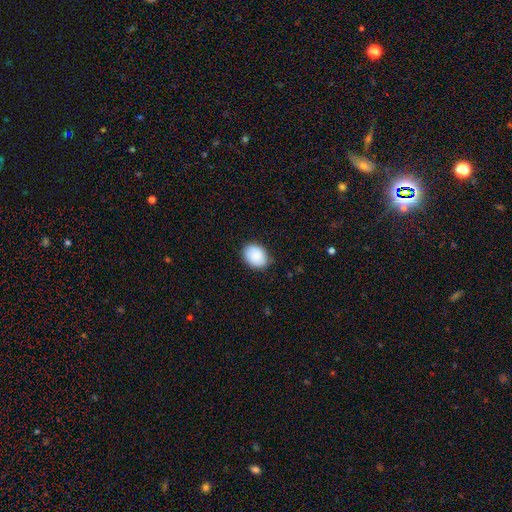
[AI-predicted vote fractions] Smooth or featured? Predicted: smooth (p=0.90). How rounded? Predicted: in between (p=0.68). Merging? Predicted: none (p=0.81).